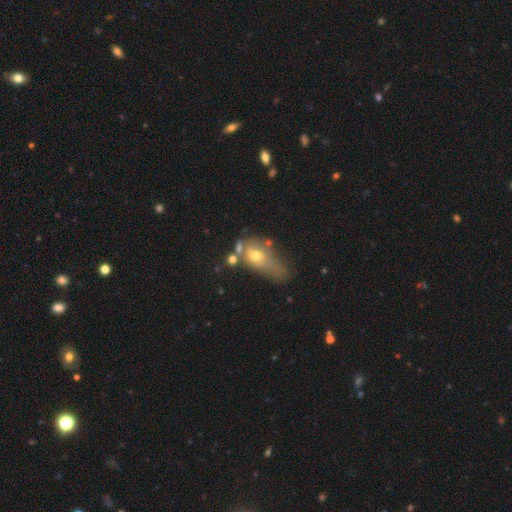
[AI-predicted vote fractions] Overall: smooth (53%; featured or disk 35%). How rounded: in between (69%). Merging: major disturbance (32%; merger 25%).